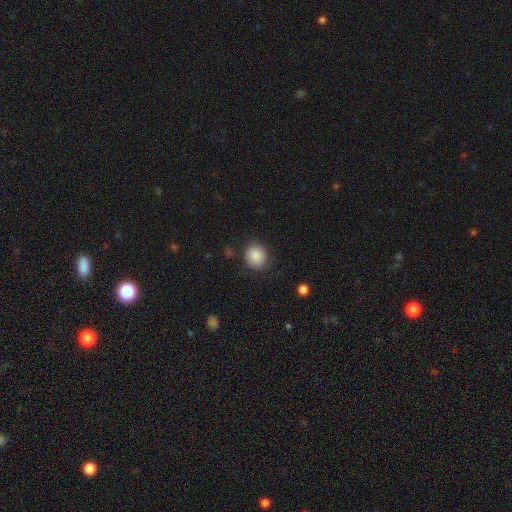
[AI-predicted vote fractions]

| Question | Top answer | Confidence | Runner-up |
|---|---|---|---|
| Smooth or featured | smooth | 87% | star or artifact (8%) |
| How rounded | round | 76% | in between (23%) |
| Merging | none | 82% | minor disturbance (13%) |